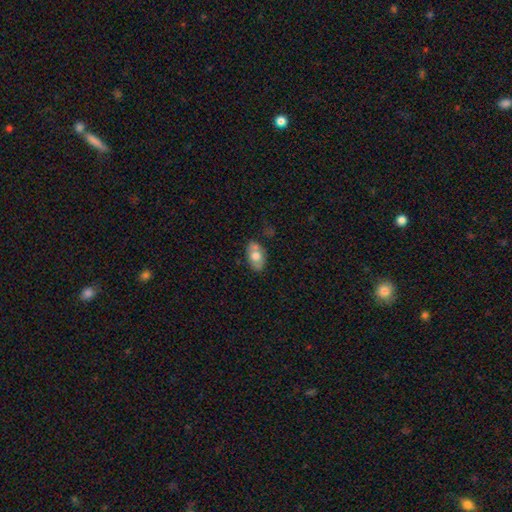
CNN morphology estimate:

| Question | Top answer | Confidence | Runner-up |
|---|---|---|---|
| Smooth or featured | smooth | 67% | featured or disk (26%) |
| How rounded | in between | 90% | round (8%) |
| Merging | none | 65% | minor disturbance (19%) |